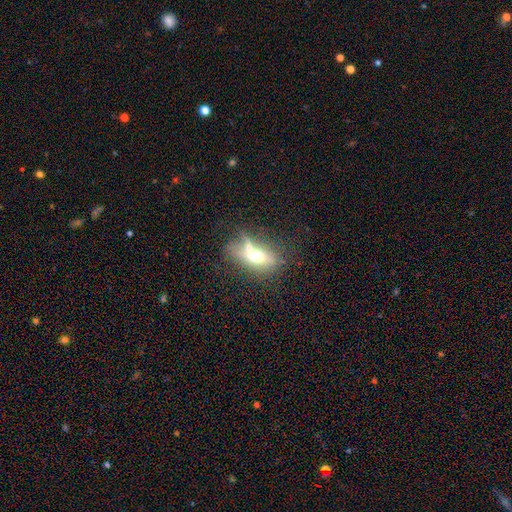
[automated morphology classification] A smooth galaxy with no disk features (51%) that is in between round and cigar-shaped (73%). Merging: merger (37%).